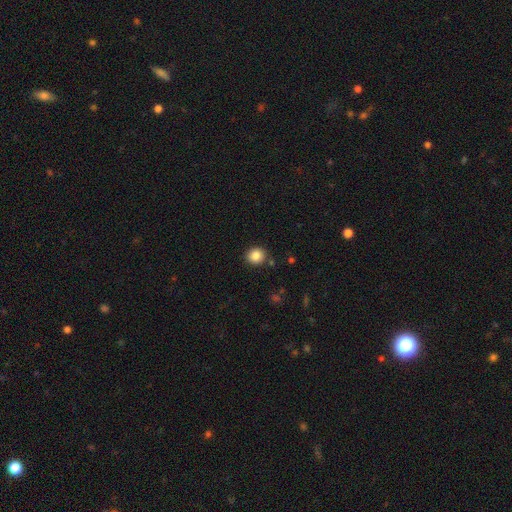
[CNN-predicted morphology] The model was most divided on "how rounded": round: 83%, in between: 16%, cigar-shaped: 1%. More confident: merging — none (86%); smooth or featured — smooth (85%).